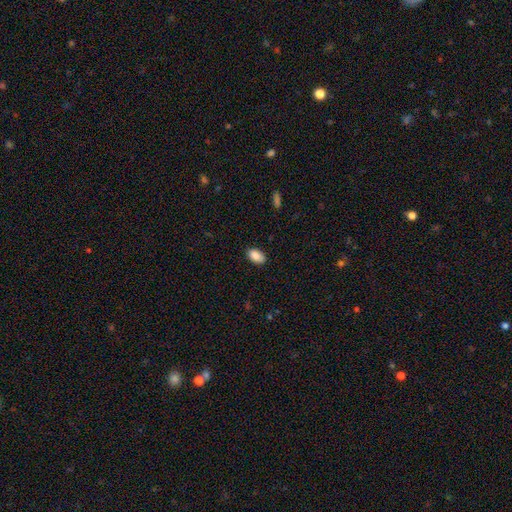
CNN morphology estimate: Overall: smooth (89%). How rounded: in between (92%). Merging: none (86%).